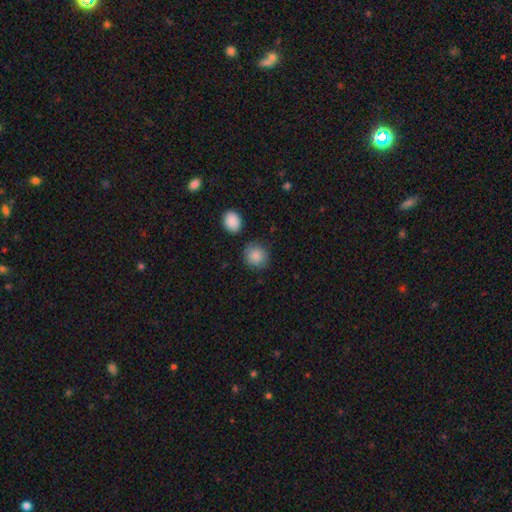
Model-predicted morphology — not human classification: type=smooth (87%); roundness=round (88%); merging=none (80%).